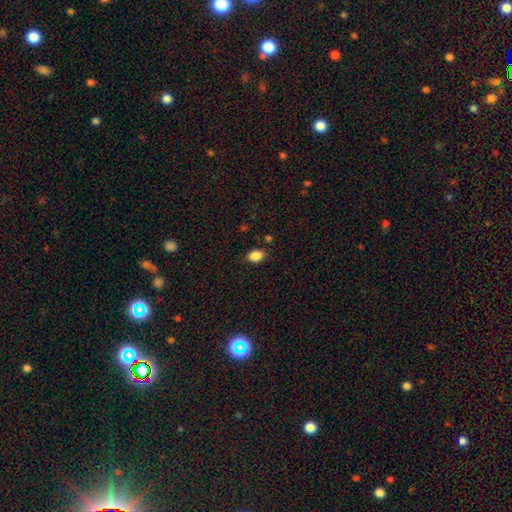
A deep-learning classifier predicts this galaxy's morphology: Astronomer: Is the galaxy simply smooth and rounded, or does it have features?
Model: smooth — 87%.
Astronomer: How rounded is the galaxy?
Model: in between — 78%.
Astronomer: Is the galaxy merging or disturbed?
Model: none — 83%.